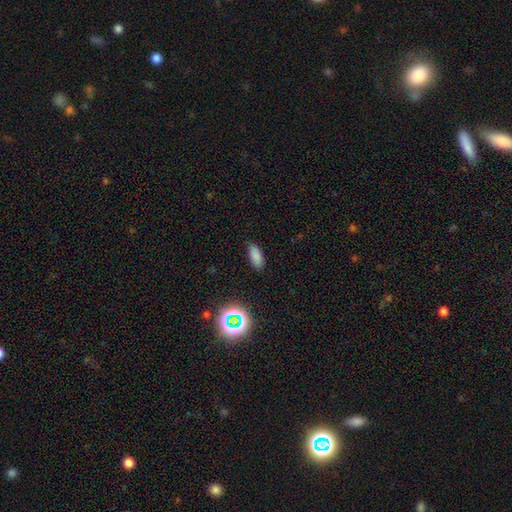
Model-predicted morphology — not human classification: type=smooth (81%); roundness=in between (84%); merging=none (85%).